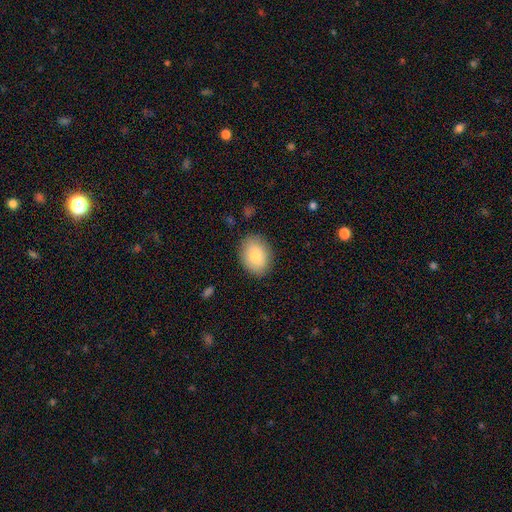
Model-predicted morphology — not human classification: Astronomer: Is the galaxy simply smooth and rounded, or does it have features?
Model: smooth — 84%.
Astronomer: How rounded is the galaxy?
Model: in between — 75%.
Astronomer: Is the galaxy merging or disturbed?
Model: none — 85%.